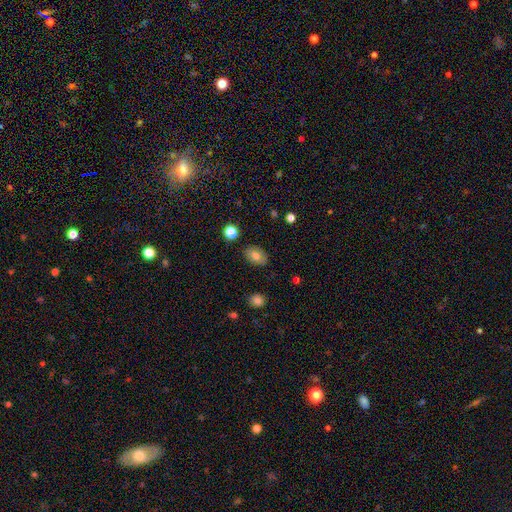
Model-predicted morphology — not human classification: type=smooth (76%); roundness=in between (85%); merging=none (87%).